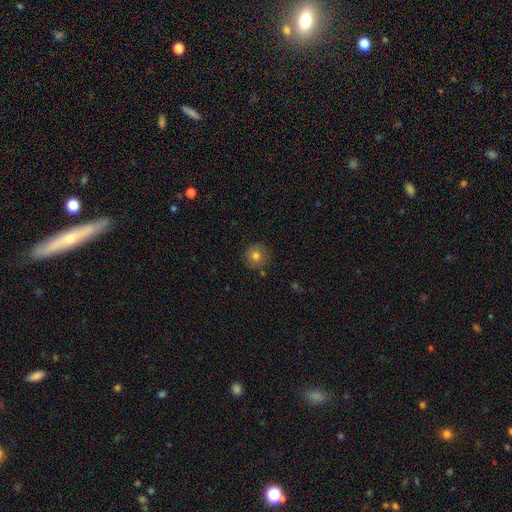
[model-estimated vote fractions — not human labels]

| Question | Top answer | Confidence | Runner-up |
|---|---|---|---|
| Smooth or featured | smooth | 77% | featured or disk (12%) |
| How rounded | round | 95% | in between (5%) |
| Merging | none | 87% | minor disturbance (9%) |